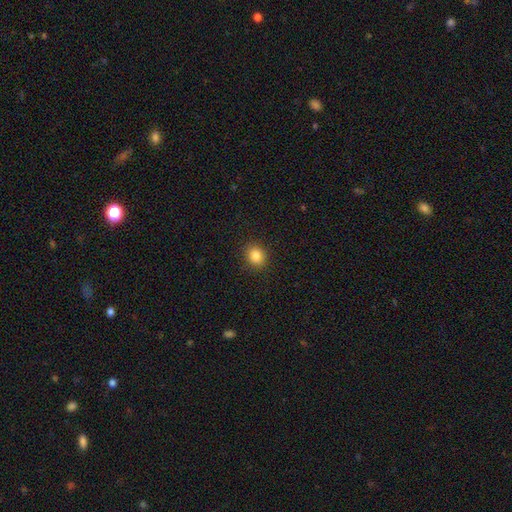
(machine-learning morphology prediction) smooth 85%, star or artifact 10%, featured or disk 4%. Down the decision tree: how rounded — round (71%); merging — none (90%).